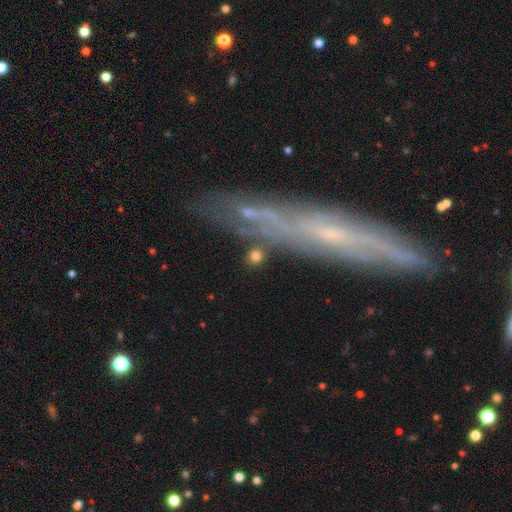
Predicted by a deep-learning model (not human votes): Smooth or featured: smooth — 72% (featured or disk — 15%)
How rounded: round — 78% (in between — 18%)
Merging: none — 76% (minor disturbance — 11%)